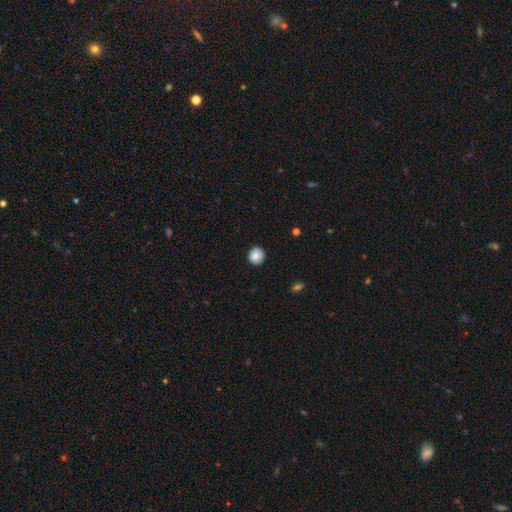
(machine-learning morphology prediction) Smooth or featured?
  - smooth: 85% *
  - star or artifact: 8%
  - featured or disk: 7%
How rounded?
  - round: 87% *
  - in between: 12%
  - cigar-shaped: 1%
Merging?
  - none: 88% *
  - minor disturbance: 9%
  - major disturbance: 2%
  - merger: 1%